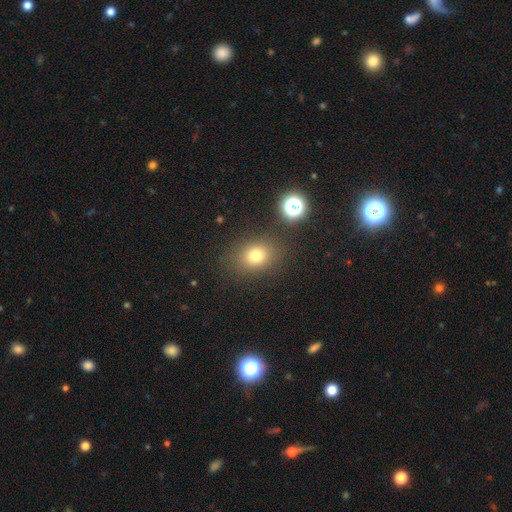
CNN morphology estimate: smooth 76%, star or artifact 16%, featured or disk 8%. Down the decision tree: how rounded — round (56%); merging — none (82%).